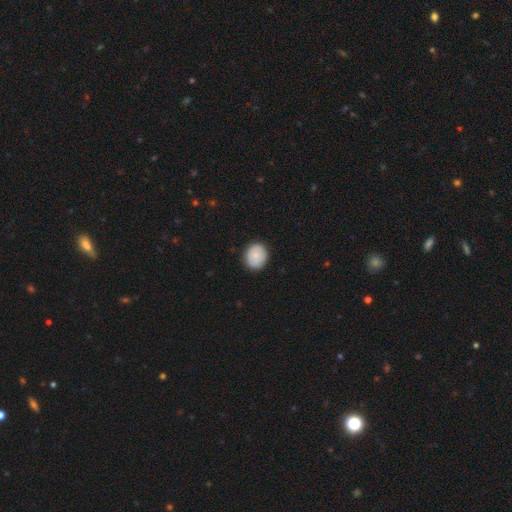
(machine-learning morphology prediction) type=smooth (83%); roundness=round (70%); merging=none (88%).